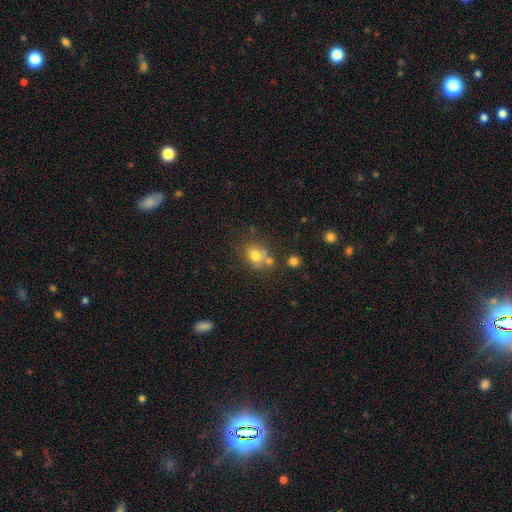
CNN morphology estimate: Smooth or featured: smooth — 72% (featured or disk — 15%)
How rounded: round — 60% (in between — 39%)
Merging: none — 54% (merger — 24%)